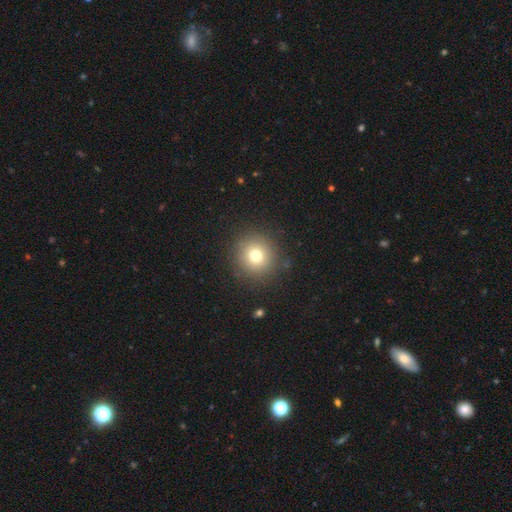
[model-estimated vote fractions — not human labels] A smooth galaxy with no disk features (74%) that is round (94%).

Vote fractions:
- Smooth or featured? smooth: 74% / star or artifact: 15% / featured or disk: 11%
- How rounded? round: 94% / in between: 5% / cigar-shaped: 1%
- Merging? none: 88% / minor disturbance: 7% / major disturbance: 3% / merger: 1%